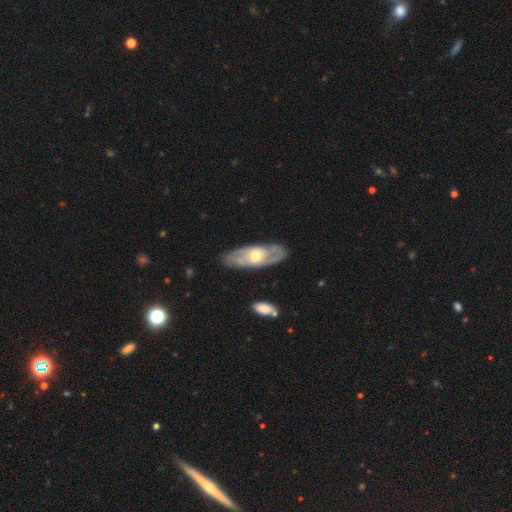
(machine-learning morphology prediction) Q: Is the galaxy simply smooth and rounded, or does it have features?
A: featured or disk — 72%.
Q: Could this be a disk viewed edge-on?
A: no — 82%.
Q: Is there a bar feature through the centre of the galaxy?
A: no — 57%.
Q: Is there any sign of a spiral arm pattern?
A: yes — 71%.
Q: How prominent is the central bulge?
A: moderate — 68%.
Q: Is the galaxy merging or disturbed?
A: none — 81%.